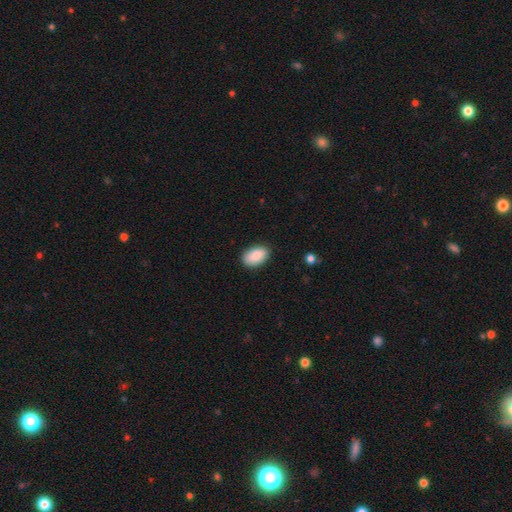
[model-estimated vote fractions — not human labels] This is clearly a smooth galaxy (89%). How rounded: clearly in between (92%). Merging: clearly none (87%).